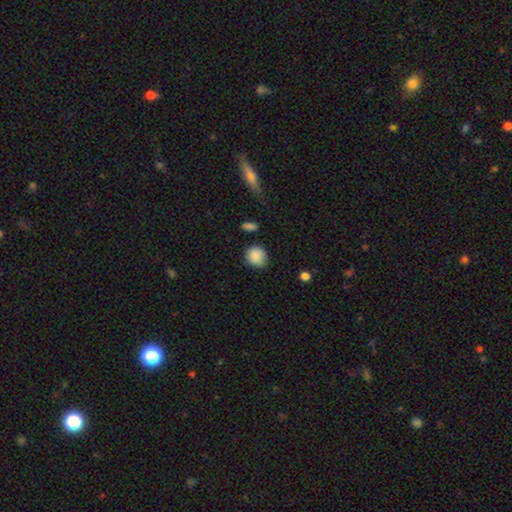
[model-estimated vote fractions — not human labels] Smooth or featured? Predicted: smooth (p=0.87). How rounded? Predicted: round (p=0.79). Merging? Predicted: none (p=0.73).